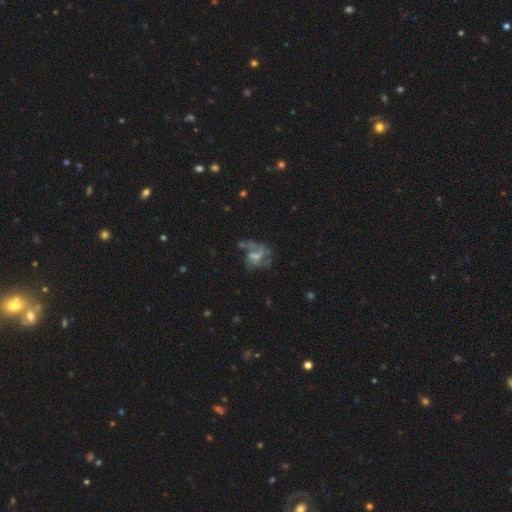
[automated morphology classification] smooth_or_featured: featured or disk (p=0.67) [alt: smooth p=0.21]
disk_edge_on: no (p=0.98) [alt: yes p=0.02]
bar: no (p=0.45) [alt: weak p=0.44]
has_spiral_arms: yes (p=0.69) [alt: no p=0.31]
bulge_size: small (p=0.37) [alt: none p=0.36]
merging: none (p=0.37) [tied with: major disturbance p=0.37]